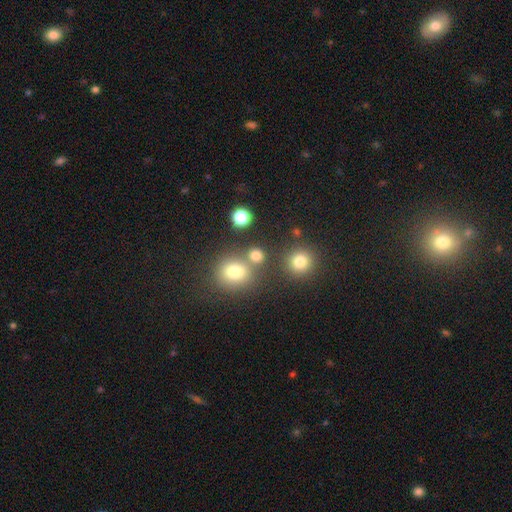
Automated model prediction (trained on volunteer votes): Smooth or featured?
  - smooth: 76% *
  - star or artifact: 17%
  - featured or disk: 7%
How rounded?
  - round: 79% *
  - in between: 19%
  - cigar-shaped: 1%
Merging?
  - none: 66% *
  - merger: 23%
  - minor disturbance: 8%
  - major disturbance: 4%